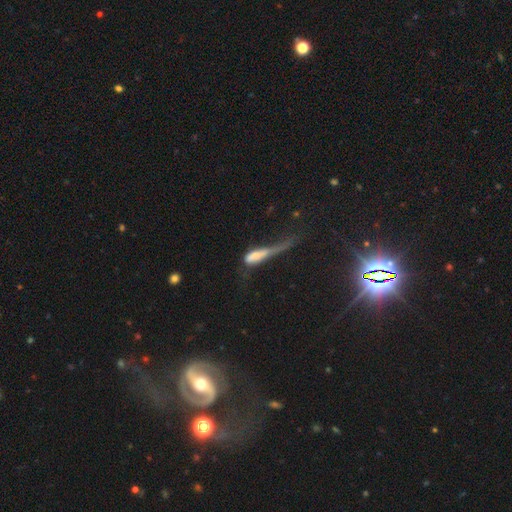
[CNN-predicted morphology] This appears to be a smooth galaxy with no disk features (60%) that is cigar-shaped (52%). Merging: major disturbance (62%).